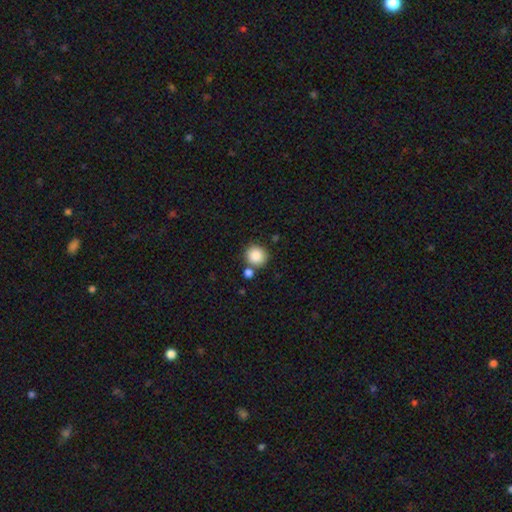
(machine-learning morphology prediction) smooth_or_featured: smooth (p=0.87) [alt: star or artifact p=0.08]
how_rounded: round (p=0.92) [alt: in between p=0.07]
merging: none (p=0.74) [alt: merger p=0.14]